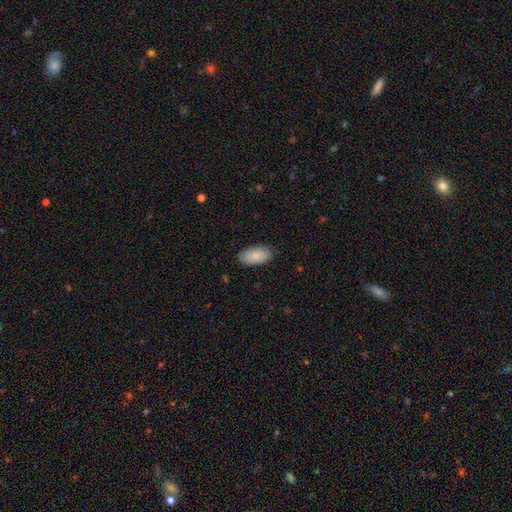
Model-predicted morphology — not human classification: type=smooth (87%); roundness=in between (95%); merging=none (84%).